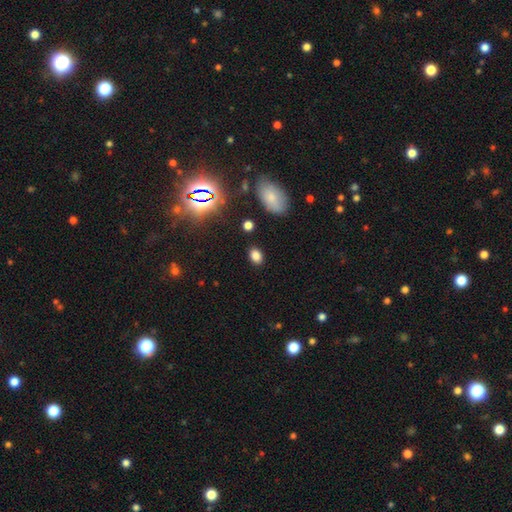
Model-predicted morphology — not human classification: Q: Smooth or featured?
A: smooth (80%); runner-up: star or artifact (14%)
Q: How rounded?
A: in between (75%); runner-up: round (23%)
Q: Merging?
A: none (85%); runner-up: minor disturbance (10%)